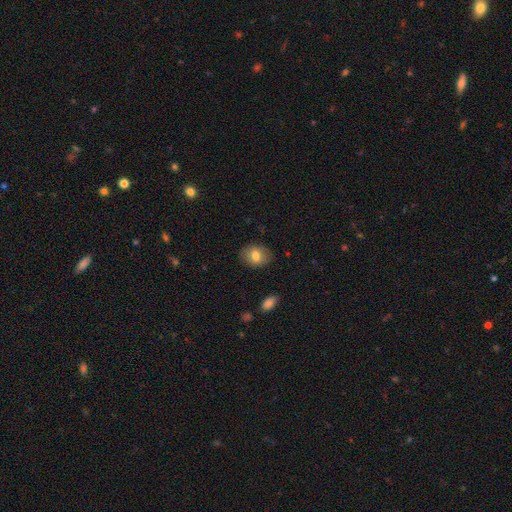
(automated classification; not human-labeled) Smooth or featured?
  - smooth: 74% *
  - featured or disk: 18%
  - star or artifact: 8%
How rounded?
  - in between: 60% *
  - round: 39%
  - cigar-shaped: 1%
Merging?
  - none: 85% *
  - minor disturbance: 11%
  - major disturbance: 3%
  - merger: 1%